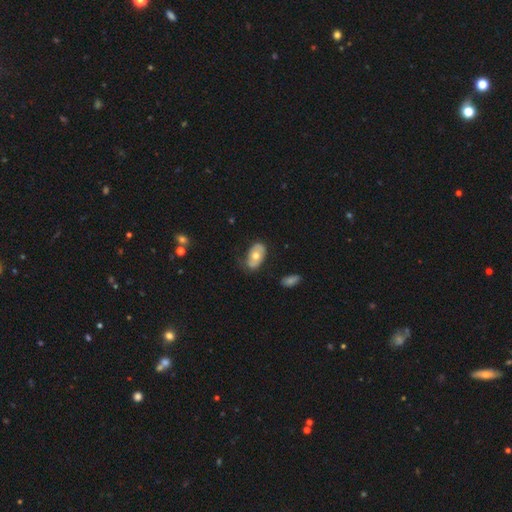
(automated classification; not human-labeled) A smooth galaxy with no disk features (53%) that is in between round and cigar-shaped (91%).

Vote fractions:
- Smooth or featured? smooth: 53% / featured or disk: 40% / star or artifact: 6%
- How rounded? in between: 91% / round: 7% / cigar-shaped: 2%
- Merging? none: 62% / minor disturbance: 26% / major disturbance: 9% / merger: 2%